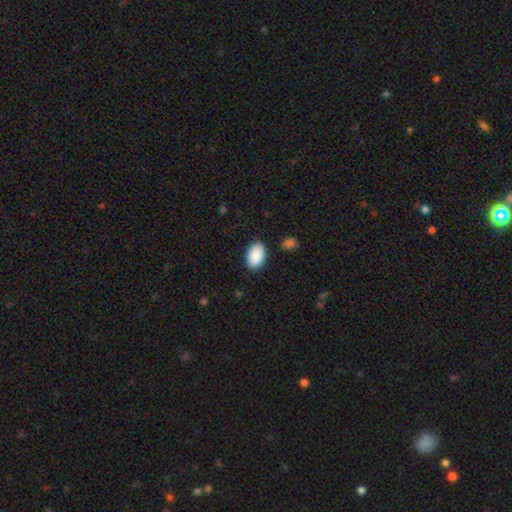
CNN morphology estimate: A smooth galaxy with no disk features (88%) that is in between round and cigar-shaped (91%).

Vote fractions:
- Smooth or featured? smooth: 88% / star or artifact: 6% / featured or disk: 5%
- How rounded? in between: 91% / round: 8% / cigar-shaped: 1%
- Merging? none: 86% / minor disturbance: 10% / major disturbance: 2% / merger: 2%